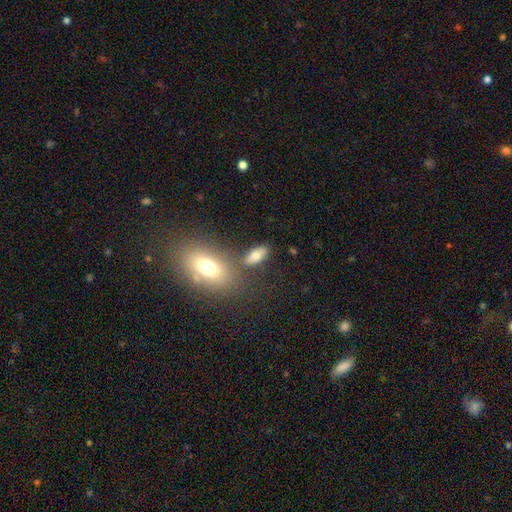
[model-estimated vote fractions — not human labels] This appears to be a smooth galaxy with no disk features (75%) that is in between round and cigar-shaped (83%). Merging: none (68%).